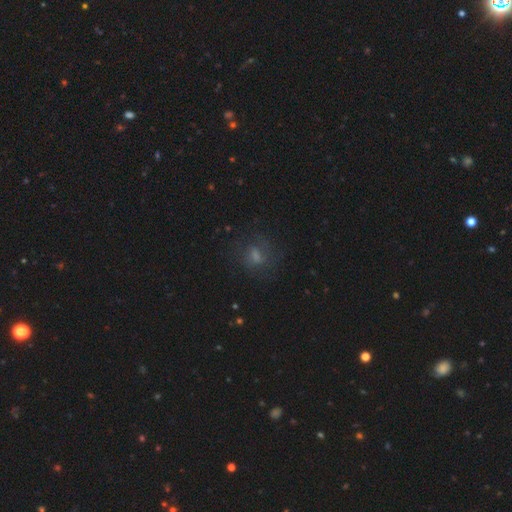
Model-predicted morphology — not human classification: type=smooth (51%); roundness=round (64%); merging=none (74%).